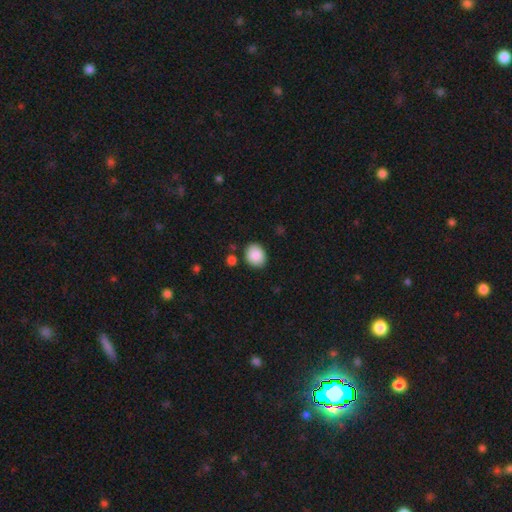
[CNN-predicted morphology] A smooth galaxy with no disk features (88%) that is round (56%). Merging: none (82%).